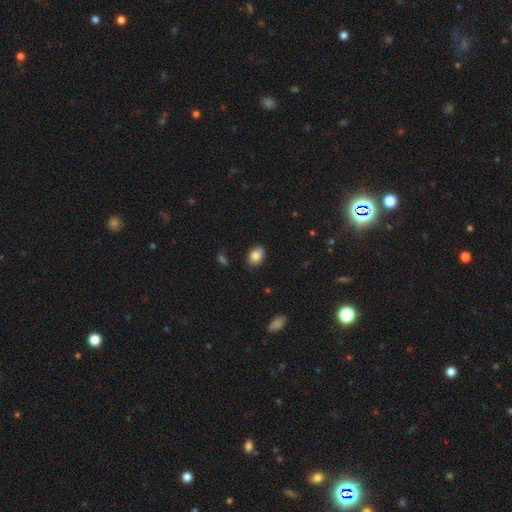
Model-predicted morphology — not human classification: Smooth or featured? Predicted: smooth (p=0.85). How rounded? Predicted: in between (p=0.84). Merging? Predicted: none (p=0.86).